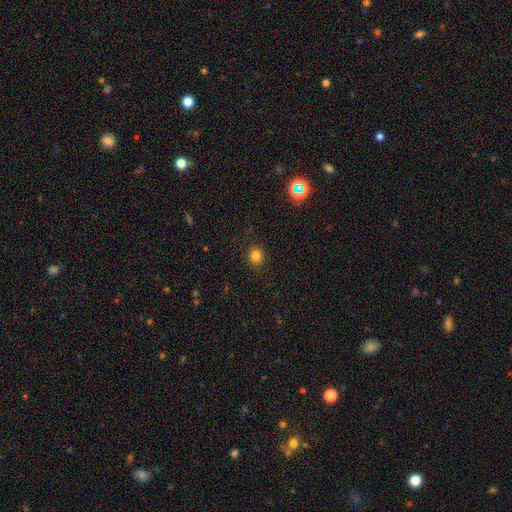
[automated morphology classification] A smooth galaxy with no disk features (81%) that is round (80%).

Vote fractions:
- Smooth or featured? smooth: 81% / star or artifact: 13% / featured or disk: 5%
- How rounded? round: 80% / in between: 19% / cigar-shaped: 1%
- Merging? none: 89% / minor disturbance: 8% / major disturbance: 3% / merger: 1%